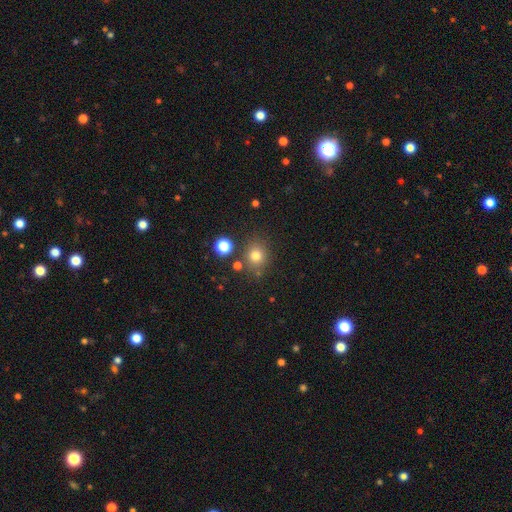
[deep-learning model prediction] Morphology: type=smooth (77%); roundness=round (77%); merging=none (78%).